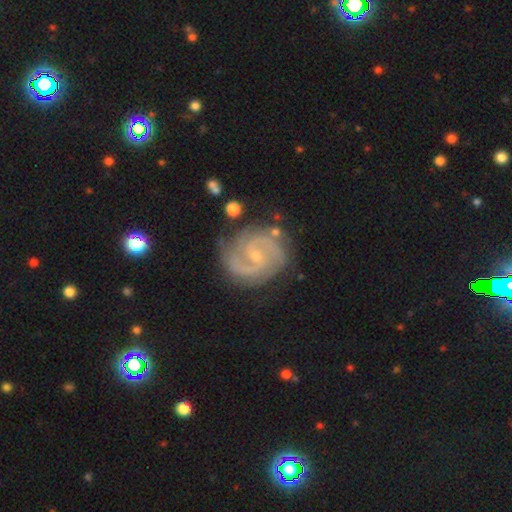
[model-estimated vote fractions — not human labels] Smooth or featured? featured or disk (91%)
Edge-on disk? no (98%)
Bar? no (45%)
Spiral arms? yes (98%)
Spiral winding? medium (49%)
Spiral arm count? 2 (79%)
Bulge size? small (78%)
Merging? none (77%)